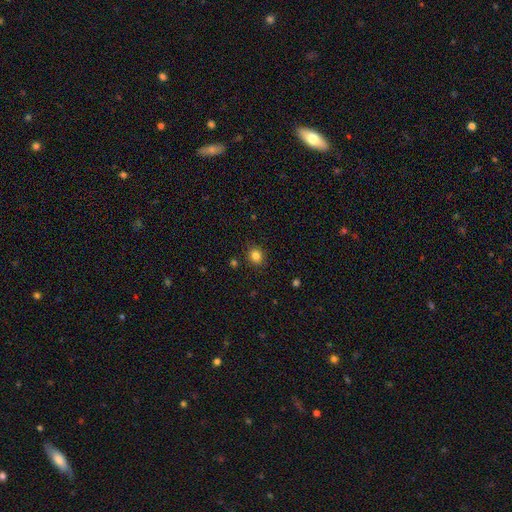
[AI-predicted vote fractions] Smooth or featured? Predicted: smooth (p=0.83). How rounded? Predicted: round (p=0.76). Merging? Predicted: none (p=0.88).